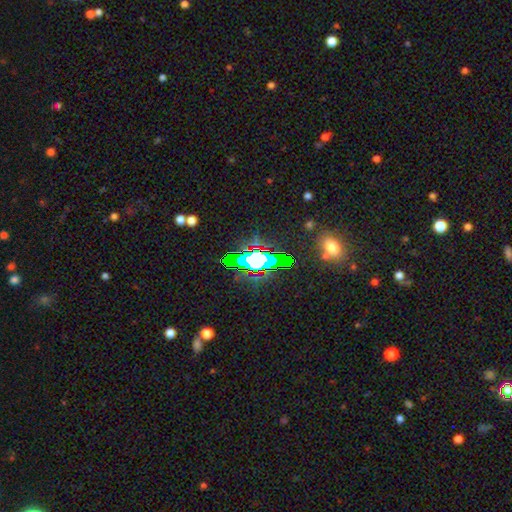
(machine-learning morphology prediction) A star or artifact, not a galaxy (58%).